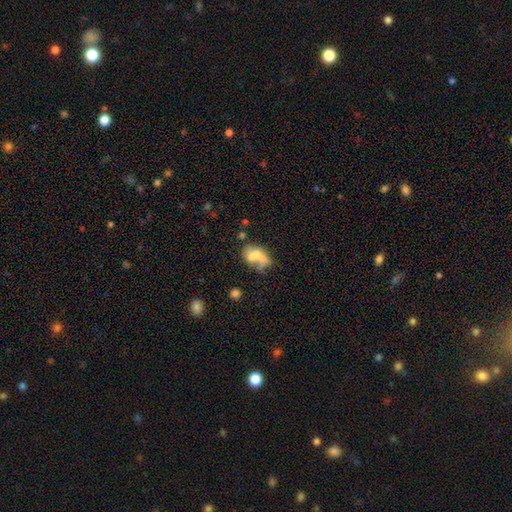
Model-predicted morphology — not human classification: smooth 56%, featured or disk 33%, star or artifact 11%. Down the decision tree: how rounded — in between (78%); merging — merger (53%).